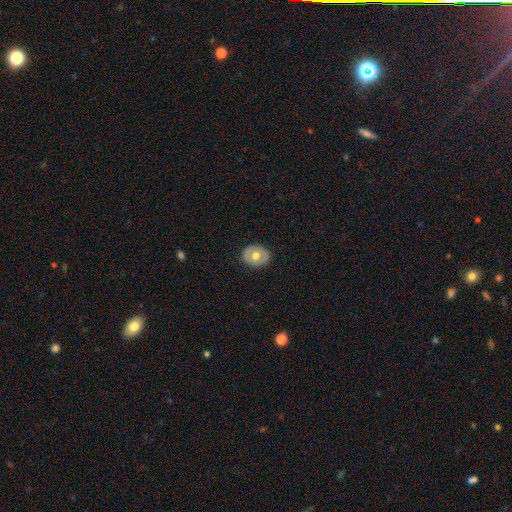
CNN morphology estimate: type=smooth (53%); roundness=round (52%); merging=none (87%).